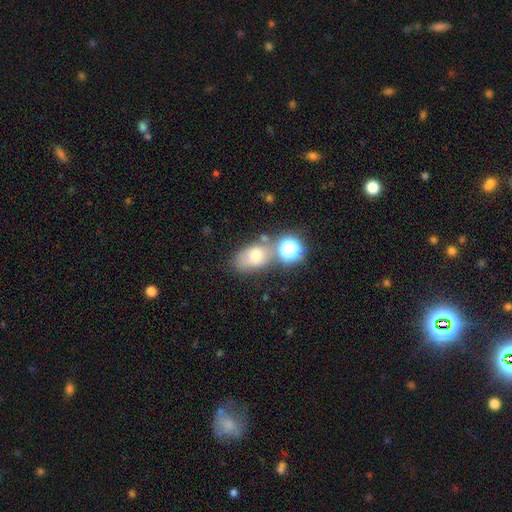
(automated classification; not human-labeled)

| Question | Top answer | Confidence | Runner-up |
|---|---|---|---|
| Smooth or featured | smooth | 60% | featured or disk (20%) |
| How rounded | in between | 74% | round (24%) |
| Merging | none | 50% | merger (22%) |